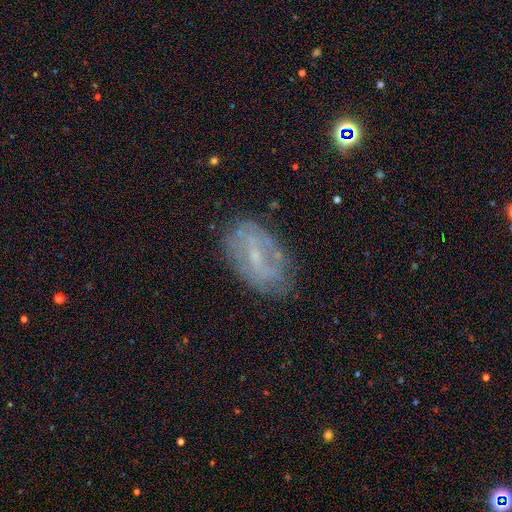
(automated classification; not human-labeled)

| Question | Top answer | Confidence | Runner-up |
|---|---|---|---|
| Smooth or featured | featured or disk | 59% | smooth (27%) |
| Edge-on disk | no | 93% | yes (7%) |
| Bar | weak | 49% | no (29%) |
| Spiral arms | yes | 61% | no (39%) |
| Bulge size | small | 65% | none (16%) |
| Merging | none | 73% | minor disturbance (18%) |